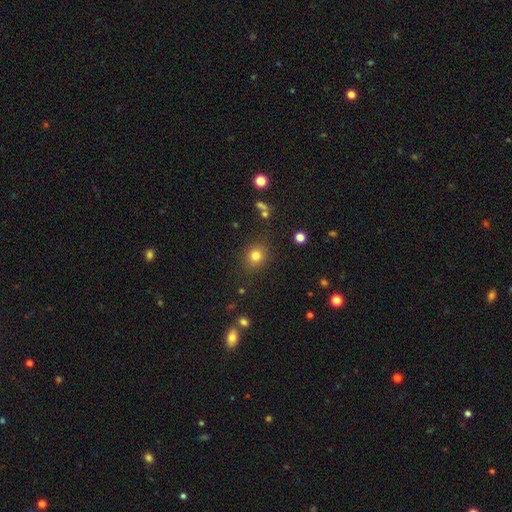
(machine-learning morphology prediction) Smooth or featured? Predicted: smooth (p=0.80). How rounded? Predicted: round (p=0.77). Merging? Predicted: none (p=0.85).